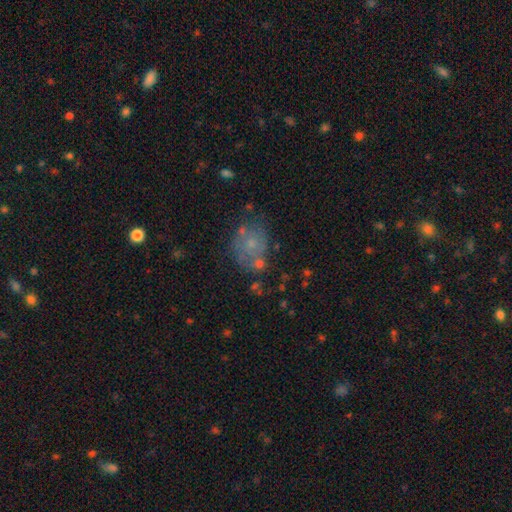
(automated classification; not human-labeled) Smooth or featured? Predicted: smooth (p=0.47). Merging? Predicted: none (p=0.54).